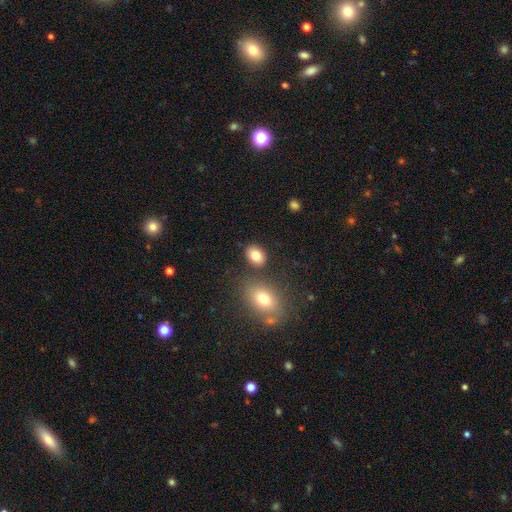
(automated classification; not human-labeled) smooth 83%, star or artifact 9%, featured or disk 8%. Down the decision tree: how rounded — in between (75%); merging — none (78%).